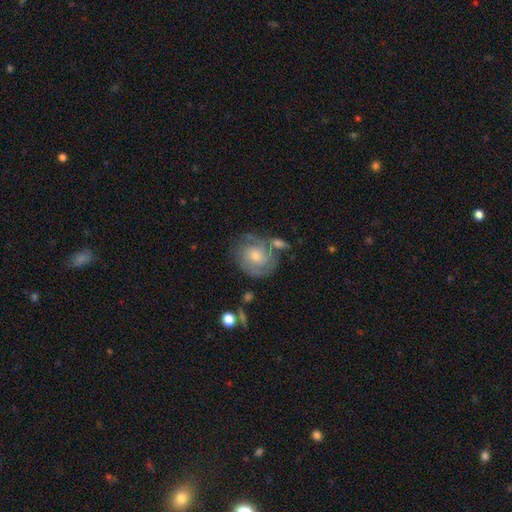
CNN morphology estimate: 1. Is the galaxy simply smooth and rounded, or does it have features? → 70% featured or disk, 22% smooth, 8% star or artifact.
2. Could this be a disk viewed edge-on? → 97% no, 3% yes.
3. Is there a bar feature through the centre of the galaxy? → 73% no, 23% weak, 3% strong.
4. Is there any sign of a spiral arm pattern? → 89% yes, 11% no.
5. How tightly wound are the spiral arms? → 61% tight, 30% medium, 9% loose.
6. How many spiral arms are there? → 41% 2, 34% can't tell, 14% 3, 5% 1, 4% 4, 3% more than 4.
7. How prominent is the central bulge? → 51% moderate, 42% small, 3% large, 2% none, 1% dominant.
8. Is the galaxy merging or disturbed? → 62% none, 18% minor disturbance, 13% merger, 8% major disturbance.